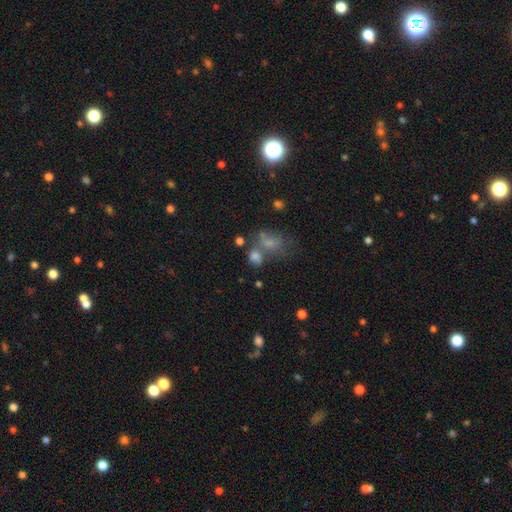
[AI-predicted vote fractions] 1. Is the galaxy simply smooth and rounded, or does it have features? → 59% smooth, 23% star or artifact, 18% featured or disk.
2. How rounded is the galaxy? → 65% in between, 32% round, 3% cigar-shaped.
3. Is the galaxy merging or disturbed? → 38% none, 32% merger, 17% minor disturbance, 13% major disturbance.